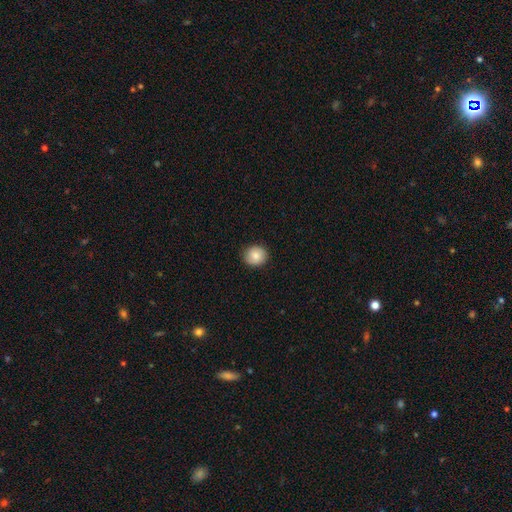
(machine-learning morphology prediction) smooth_or_featured: smooth (p=0.84) [alt: featured or disk p=0.08]
how_rounded: round (p=0.83) [alt: in between p=0.16]
merging: none (p=0.88) [alt: minor disturbance p=0.09]